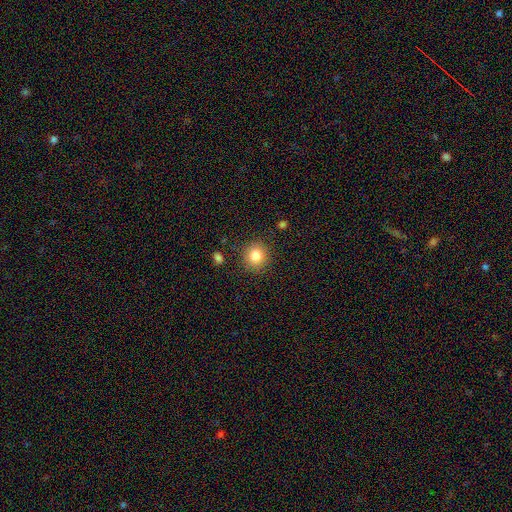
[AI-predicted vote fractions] Morphology: type=smooth (85%); roundness=round (86%); merging=none (86%).